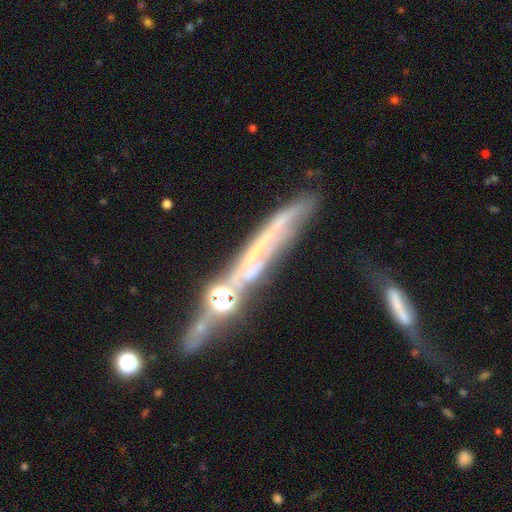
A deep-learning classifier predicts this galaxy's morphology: Overall: featured or disk (62%; smooth 23%). Edge-on disk: yes (81%). Edge-on bulge: none (68%). Merging: none (45%; merger 21%).